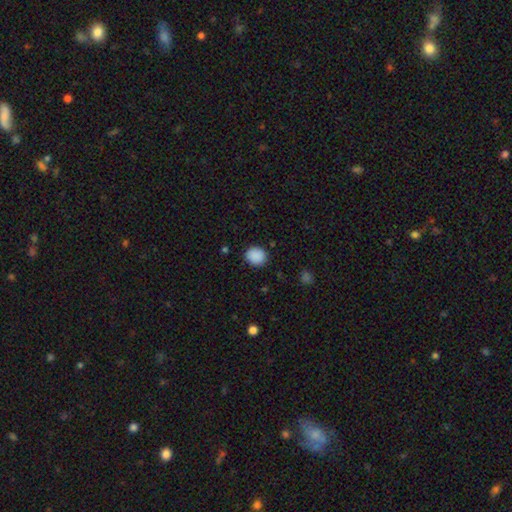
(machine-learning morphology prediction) Overall: smooth (89%). How rounded: round (77%). Merging: none (87%).